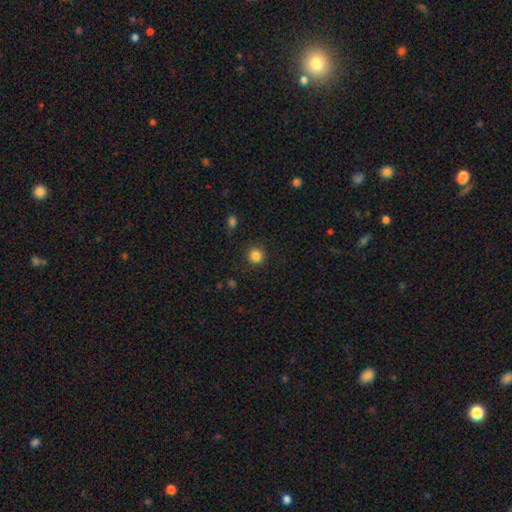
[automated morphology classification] The model was most divided on "smooth or featured": smooth: 85%, star or artifact: 12%, featured or disk: 4%. More confident: how rounded — round (94%); merging — none (90%).